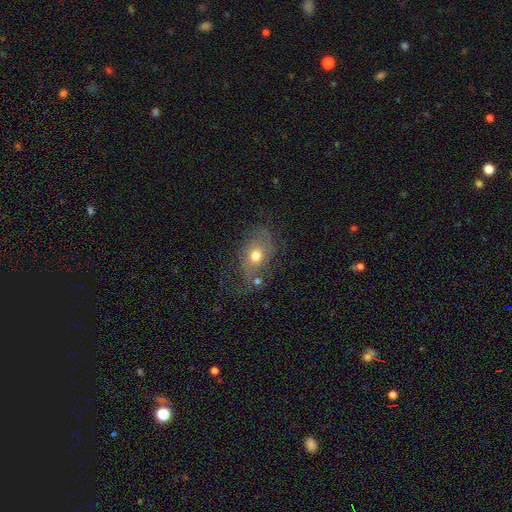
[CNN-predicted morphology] Smooth or featured? featured or disk (45%)
Merging? none (46%)